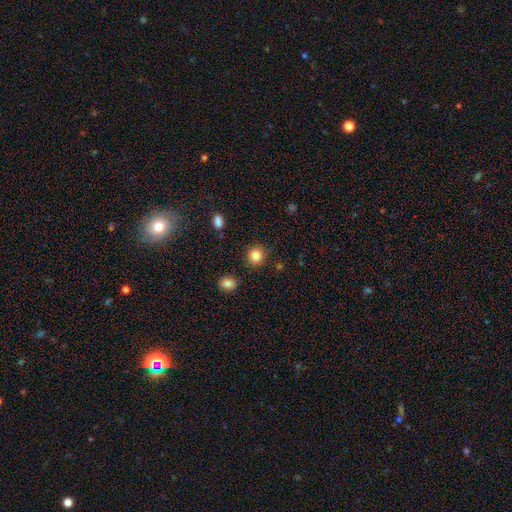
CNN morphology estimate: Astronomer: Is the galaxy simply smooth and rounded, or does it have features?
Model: smooth — 86%.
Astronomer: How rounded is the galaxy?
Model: round — 89%.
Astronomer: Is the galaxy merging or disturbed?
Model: none — 87%.